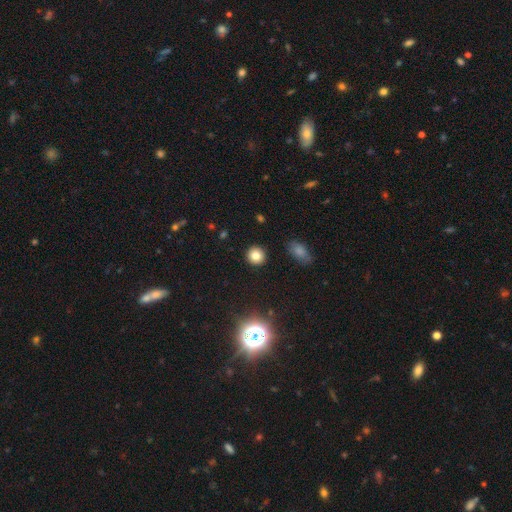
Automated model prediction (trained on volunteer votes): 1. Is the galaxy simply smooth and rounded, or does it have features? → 80% smooth, 13% star or artifact, 7% featured or disk.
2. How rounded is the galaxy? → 92% round, 7% in between, 1% cigar-shaped.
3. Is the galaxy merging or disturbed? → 91% none, 5% minor disturbance, 2% major disturbance, 1% merger.